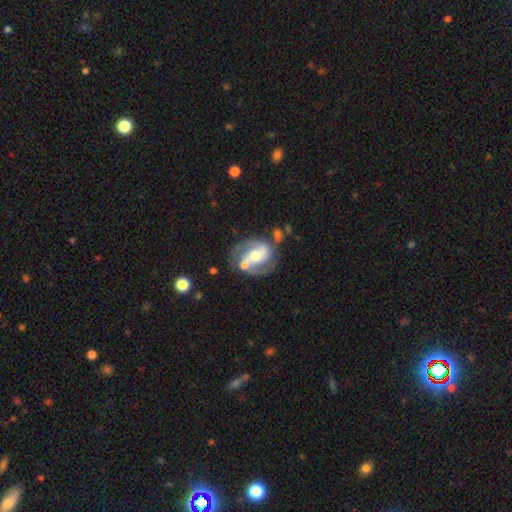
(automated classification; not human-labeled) Smooth or featured? featured or disk (84%)
Edge-on disk? no (97%)
Bar? weak (36%)
Spiral arms? yes (93%)
Spiral winding? medium (52%)
Spiral arm count? 2 (85%)
Bulge size? moderate (64%)
Merging? none (62%)